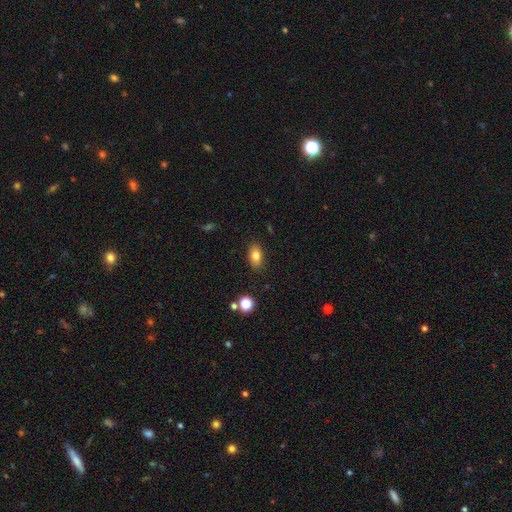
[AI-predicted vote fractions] Smooth or featured? Predicted: smooth (p=0.80). How rounded? Predicted: in between (p=0.86). Merging? Predicted: none (p=0.86).